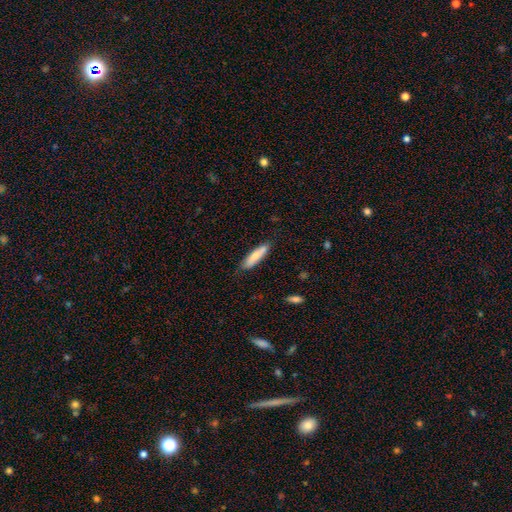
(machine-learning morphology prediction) smooth 75%, featured or disk 20%, star or artifact 6%. Down the decision tree: how rounded — cigar-shaped (71%); merging — none (83%).